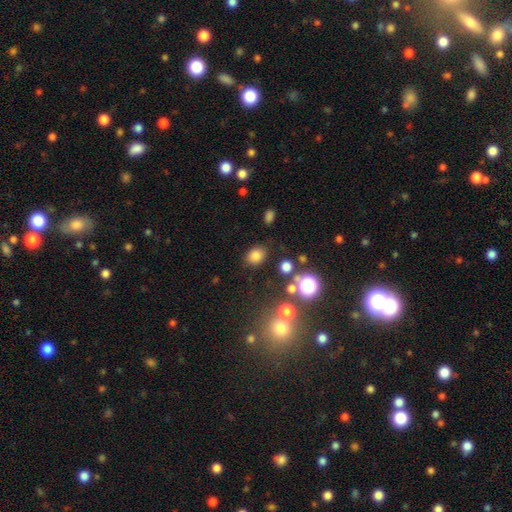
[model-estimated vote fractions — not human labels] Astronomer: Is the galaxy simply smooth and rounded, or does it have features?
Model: smooth — 77%.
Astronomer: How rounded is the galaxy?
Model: round — 50% (runner-up: in between, 49%).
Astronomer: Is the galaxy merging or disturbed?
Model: none — 82%.